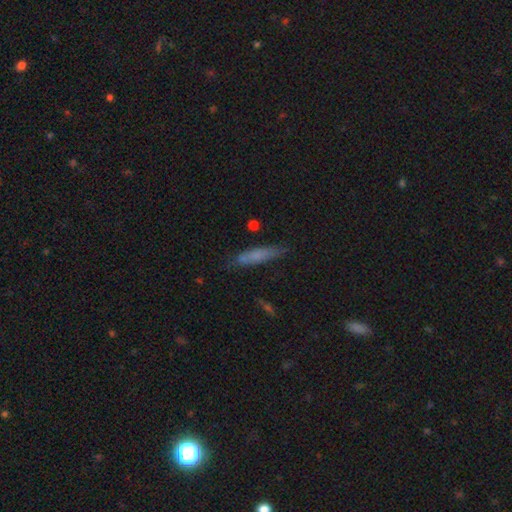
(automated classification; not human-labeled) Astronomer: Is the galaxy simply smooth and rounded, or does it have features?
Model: smooth — 70%.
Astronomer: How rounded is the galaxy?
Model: cigar-shaped — 85%.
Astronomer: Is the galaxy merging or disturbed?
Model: none — 78%.